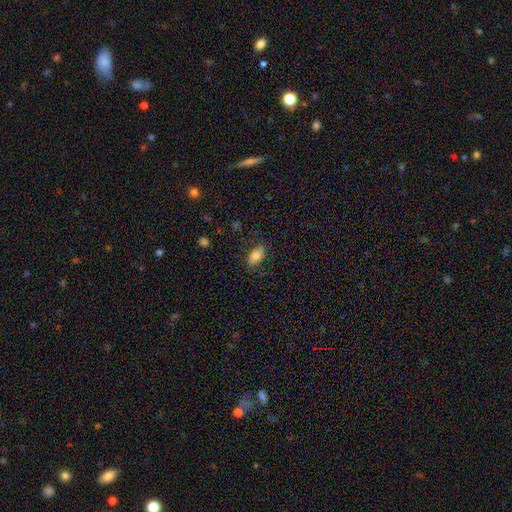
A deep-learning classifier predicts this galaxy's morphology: This is likely a smooth galaxy (76%). How rounded: clearly in between (90%). Merging: likely none (75%).